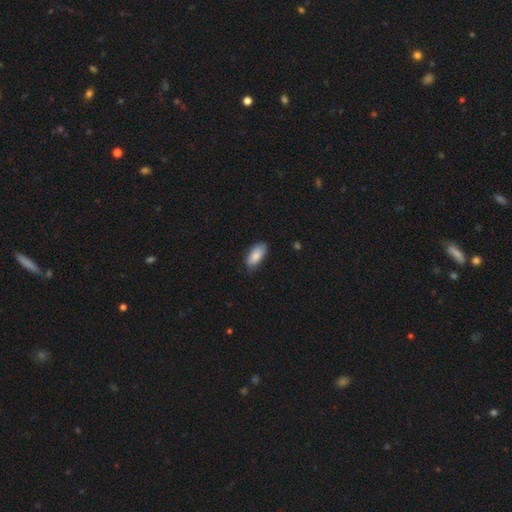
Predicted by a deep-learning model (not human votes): A smooth galaxy with no disk features (86%) that is in between round and cigar-shaped (90%). Merging: none (77%).